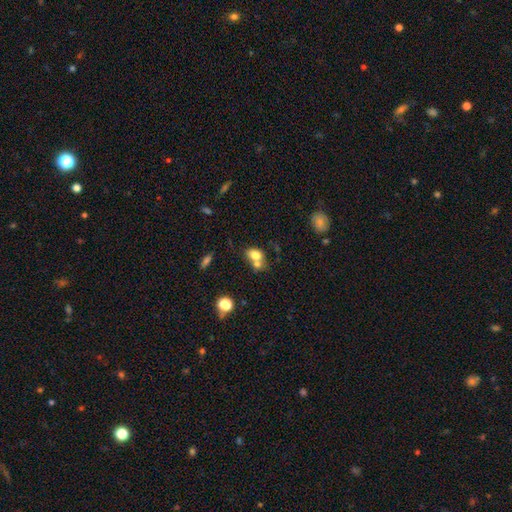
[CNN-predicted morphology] Q: Smooth or featured?
A: smooth (74%); runner-up: featured or disk (15%)
Q: How rounded?
A: in between (63%); runner-up: round (35%)
Q: Merging?
A: merger (51%); runner-up: none (34%)